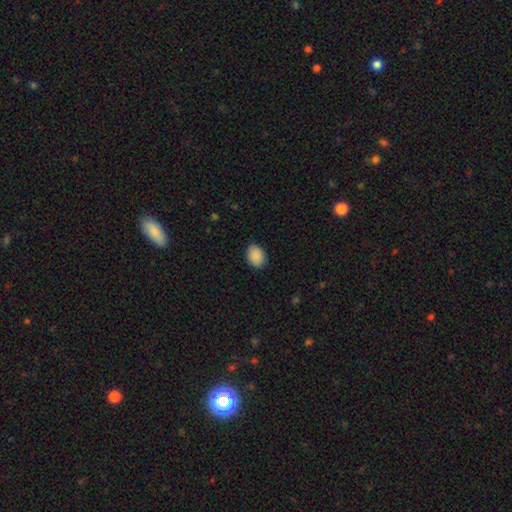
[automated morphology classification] A smooth galaxy with no disk features (90%) that is in between round and cigar-shaped (70%).

Vote fractions:
- Smooth or featured? smooth: 90% / star or artifact: 7% / featured or disk: 3%
- How rounded? in between: 70% / round: 29% / cigar-shaped: 1%
- Merging? none: 85% / minor disturbance: 12% / major disturbance: 2% / merger: 1%